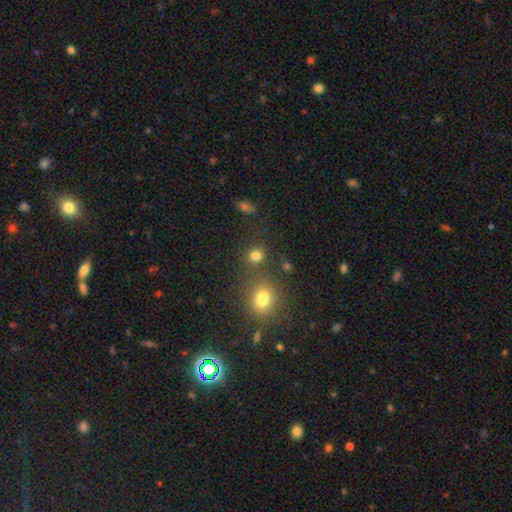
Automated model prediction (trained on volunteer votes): smooth 79%, star or artifact 15%, featured or disk 6%. Down the decision tree: how rounded — round (80%); merging — none (74%).